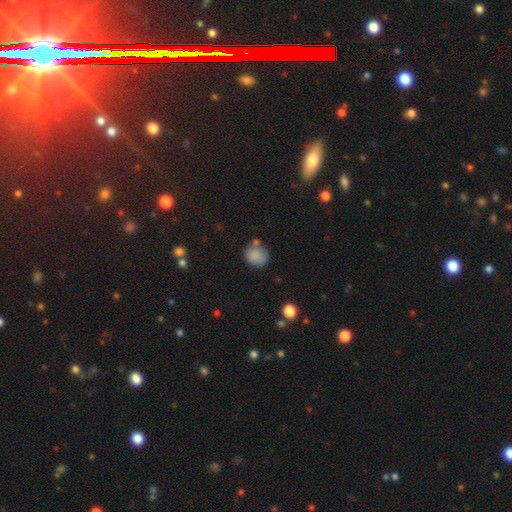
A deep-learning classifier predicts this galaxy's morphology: This is clearly a smooth galaxy (85%). How rounded: likely round (72%). Merging: likely none (67%).